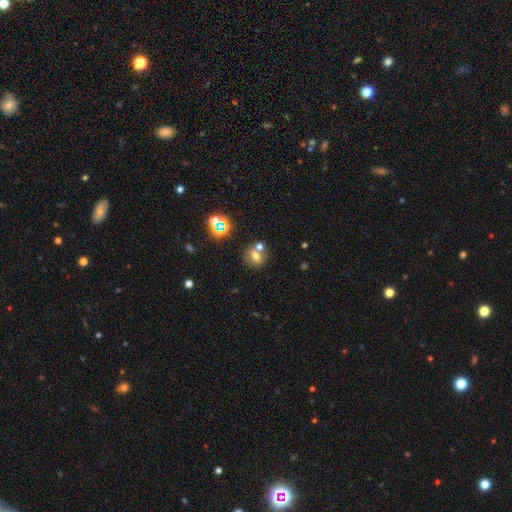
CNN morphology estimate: Smooth or featured? Predicted: smooth (p=0.61). How rounded? Predicted: round (p=0.74). Merging? Predicted: none (p=0.57).